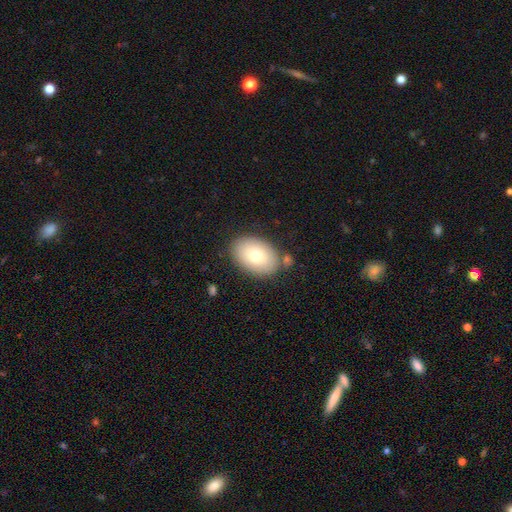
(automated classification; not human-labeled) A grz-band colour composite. It shows a smooth galaxy with no disk features (75%) that is in between round and cigar-shaped (84%). Merging: none (80%).